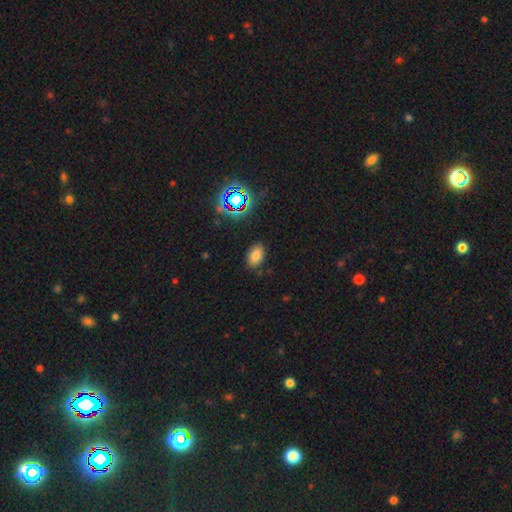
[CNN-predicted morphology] smooth 75%, star or artifact 17%, featured or disk 8%. Down the decision tree: how rounded — in between (86%); merging — none (83%).